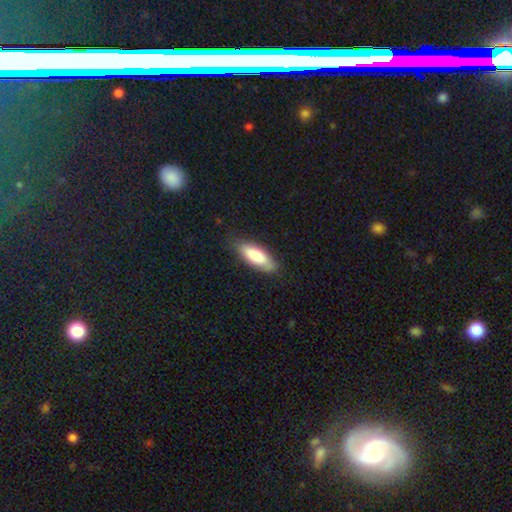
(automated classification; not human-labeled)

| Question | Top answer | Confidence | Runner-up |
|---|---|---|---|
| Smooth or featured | smooth | 79% | featured or disk (16%) |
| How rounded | in between | 68% | cigar-shaped (30%) |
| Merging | none | 79% | minor disturbance (17%) |